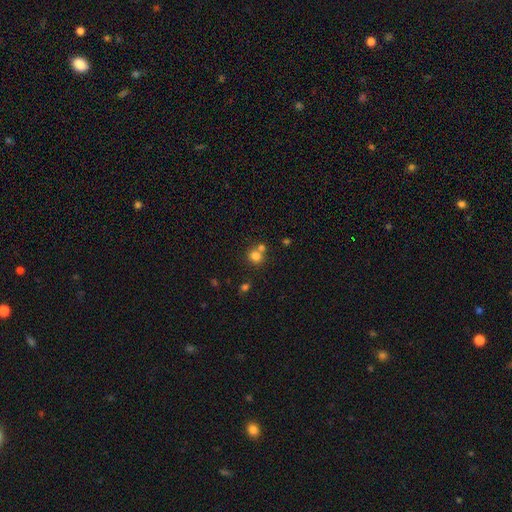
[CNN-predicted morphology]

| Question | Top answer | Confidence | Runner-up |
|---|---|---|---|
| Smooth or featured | smooth | 78% | star or artifact (14%) |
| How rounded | round | 82% | in between (17%) |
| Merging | none | 52% | merger (38%) |